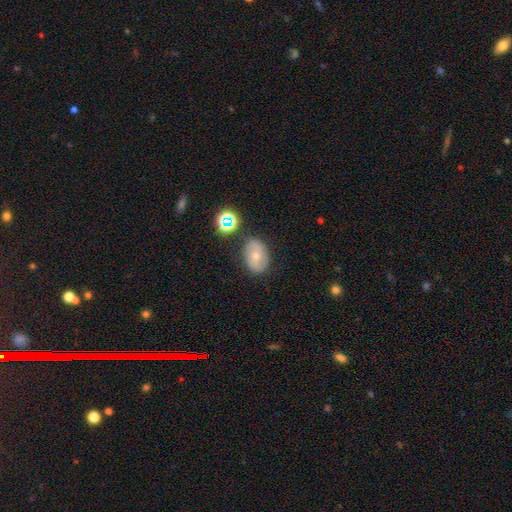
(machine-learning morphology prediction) Smooth or featured? featured or disk (45%)
Merging? none (76%)